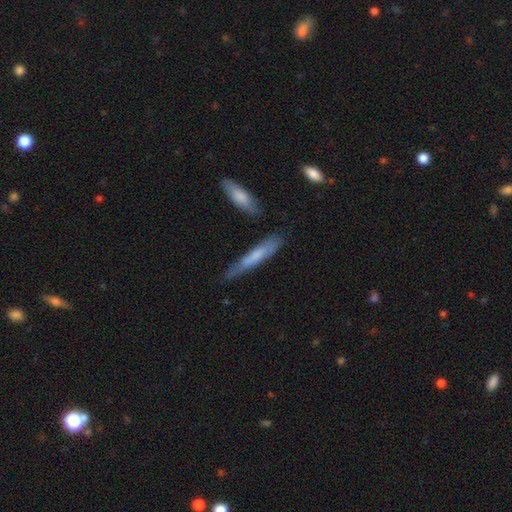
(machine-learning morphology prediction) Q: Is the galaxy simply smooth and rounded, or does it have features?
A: smooth — 61%.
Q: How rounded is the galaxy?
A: cigar-shaped — 90%.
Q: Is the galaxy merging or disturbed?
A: none — 67%.